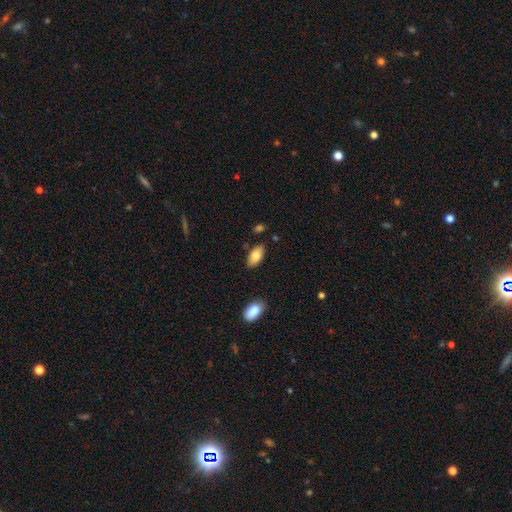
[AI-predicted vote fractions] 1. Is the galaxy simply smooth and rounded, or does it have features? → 83% smooth, 10% featured or disk, 7% star or artifact.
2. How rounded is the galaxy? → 93% in between, 5% cigar-shaped, 2% round.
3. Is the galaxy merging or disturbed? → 82% none, 12% minor disturbance, 3% merger, 2% major disturbance.